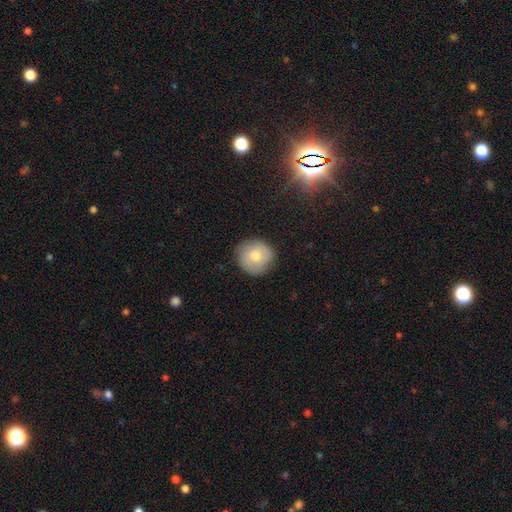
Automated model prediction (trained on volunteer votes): Overall: smooth (72%). How rounded: round (91%). Merging: none (82%).